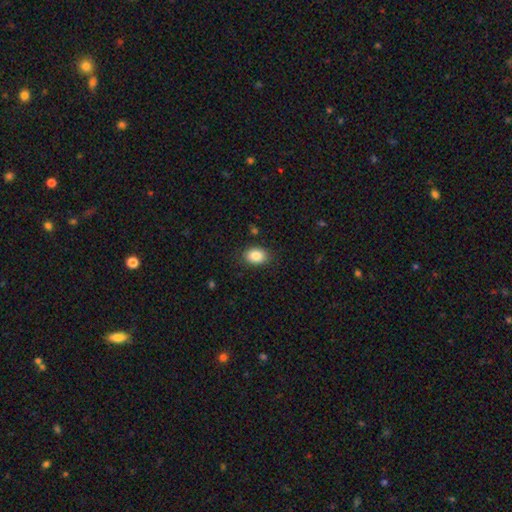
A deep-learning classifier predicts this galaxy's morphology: smooth-or-featured: smooth: 87% | star or artifact: 8% | featured or disk: 5%
  how-rounded: in between: 74% | round: 25% | cigar-shaped: 1%
  merging: none: 85% | minor disturbance: 11% | major disturbance: 3% | merger: 1%